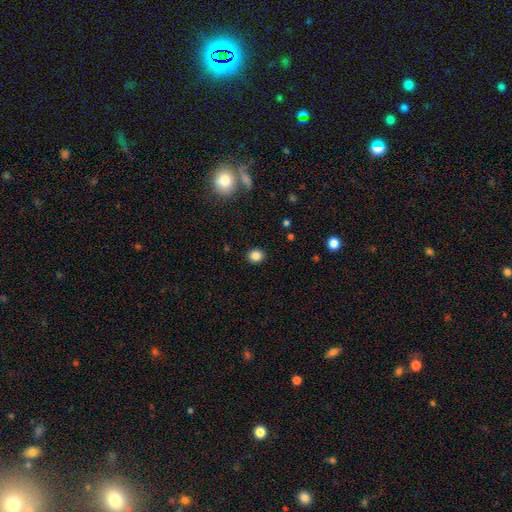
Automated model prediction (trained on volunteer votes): A smooth galaxy with no disk features (85%) that is round (78%).

Vote fractions:
- Smooth or featured? smooth: 85% / star or artifact: 11% / featured or disk: 4%
- How rounded? round: 78% / in between: 21% / cigar-shaped: 1%
- Merging? none: 91% / minor disturbance: 6% / major disturbance: 2% / merger: 1%